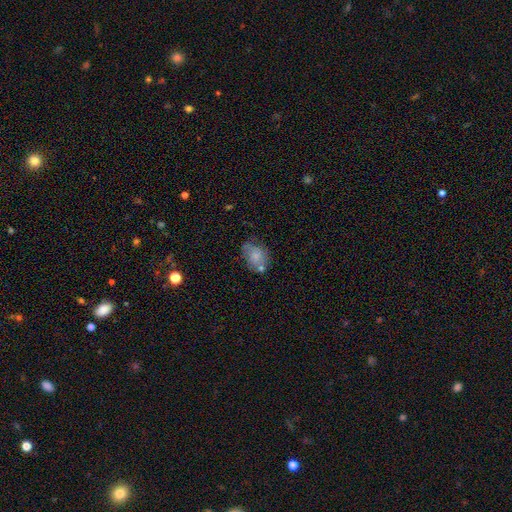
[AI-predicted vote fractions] This appears to be a smooth galaxy with no disk features (69%) that is in between round and cigar-shaped (69%). Merging: none (46%).